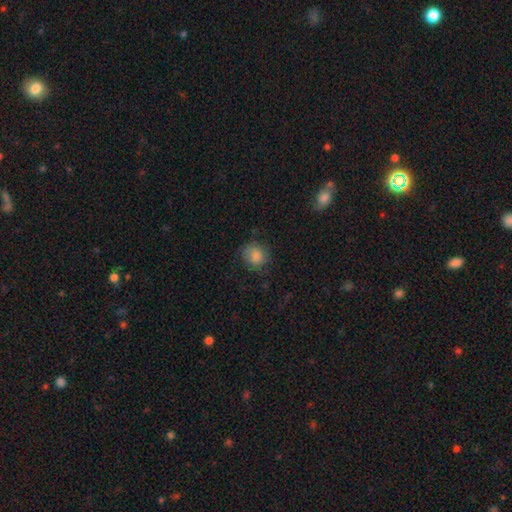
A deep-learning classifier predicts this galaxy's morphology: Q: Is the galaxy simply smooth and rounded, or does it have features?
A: smooth — 83%.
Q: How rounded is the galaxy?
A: round — 79%.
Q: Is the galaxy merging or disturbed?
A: none — 75%.